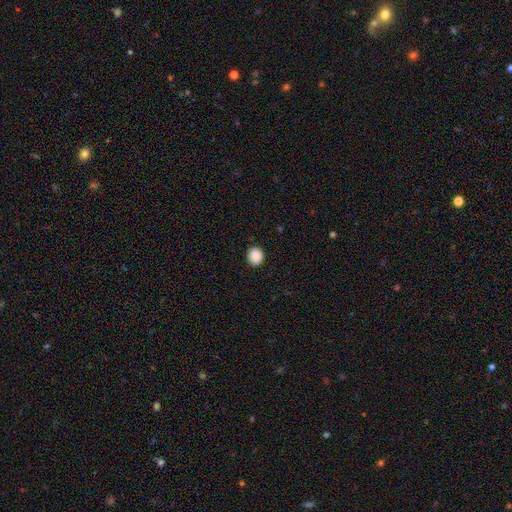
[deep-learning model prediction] This is clearly a smooth galaxy (89%). How rounded: likely round (77%). Merging: clearly none (90%).